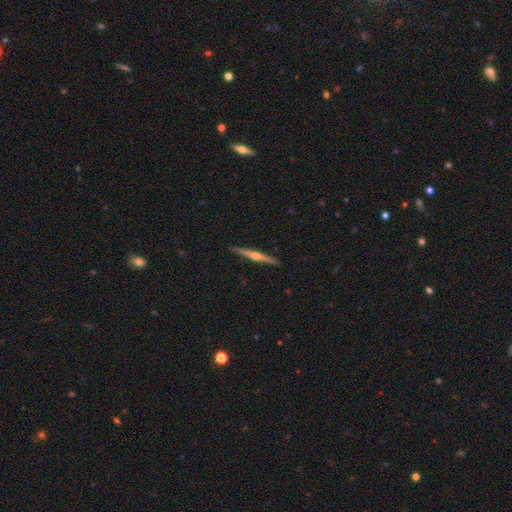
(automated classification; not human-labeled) Smooth or featured? featured or disk (72%)
Edge-on disk? yes (98%)
Edge-on bulge? rounded (88%)
Merging? none (91%)